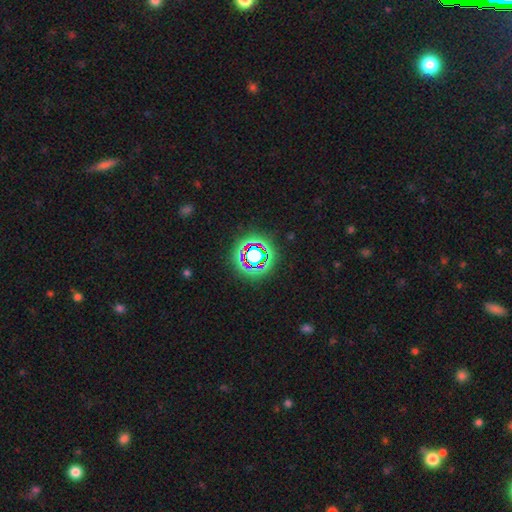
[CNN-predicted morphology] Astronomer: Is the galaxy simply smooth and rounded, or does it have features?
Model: star or artifact — 69%.